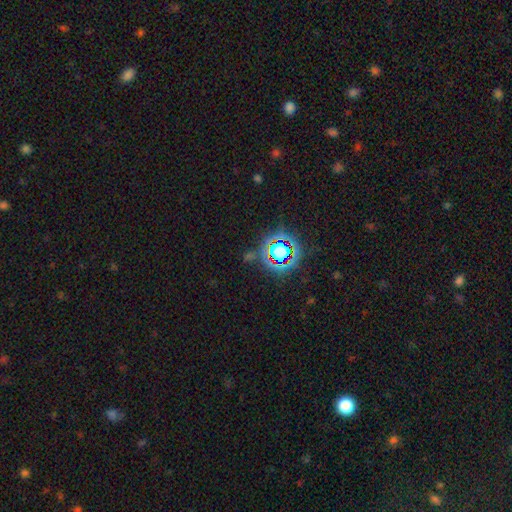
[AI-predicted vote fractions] This is likely a star or artifact rather than a galaxy (78%).